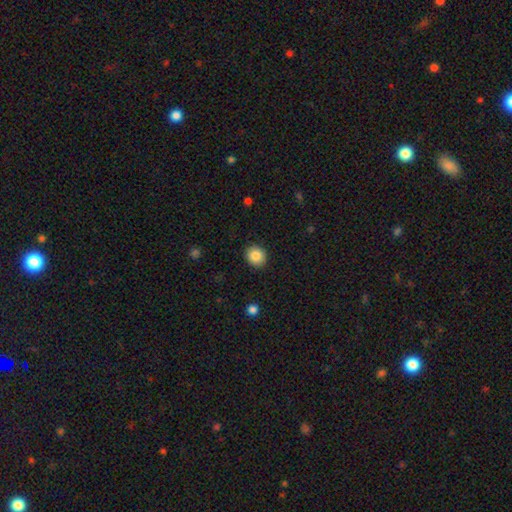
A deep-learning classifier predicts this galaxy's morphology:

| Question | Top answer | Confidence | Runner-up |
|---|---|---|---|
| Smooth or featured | smooth | 86% | star or artifact (9%) |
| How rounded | round | 81% | in between (18%) |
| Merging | none | 90% | minor disturbance (7%) |